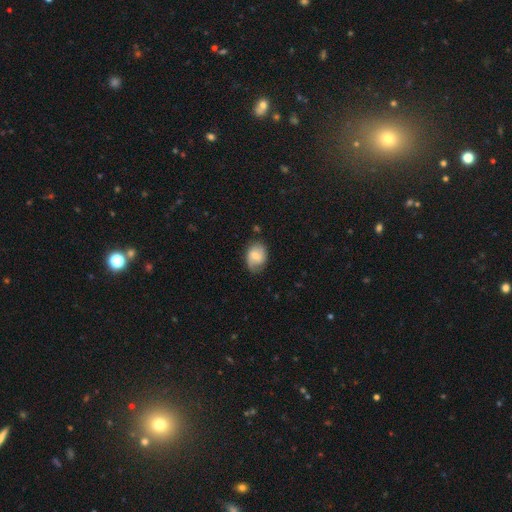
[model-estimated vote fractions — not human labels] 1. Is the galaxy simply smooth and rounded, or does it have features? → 56% smooth, 36% featured or disk, 8% star or artifact.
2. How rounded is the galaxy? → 70% in between, 29% round, 1% cigar-shaped.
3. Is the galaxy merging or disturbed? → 67% none, 25% minor disturbance, 7% major disturbance, 2% merger.